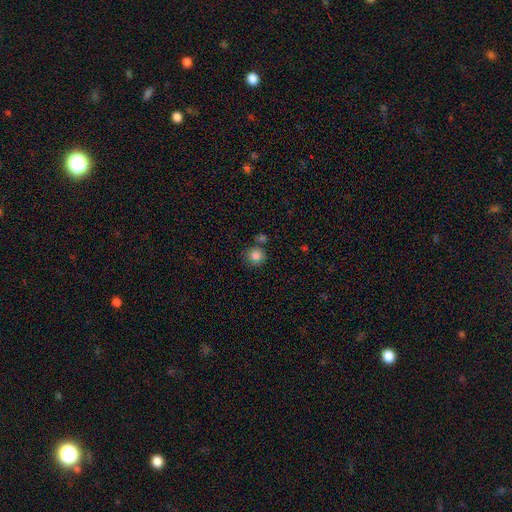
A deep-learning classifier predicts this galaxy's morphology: smooth-or-featured: smooth: 83% | star or artifact: 11% | featured or disk: 6%
  how-rounded: round: 90% | in between: 9% | cigar-shaped: 1%
  merging: none: 73% | minor disturbance: 13% | merger: 10% | major disturbance: 4%